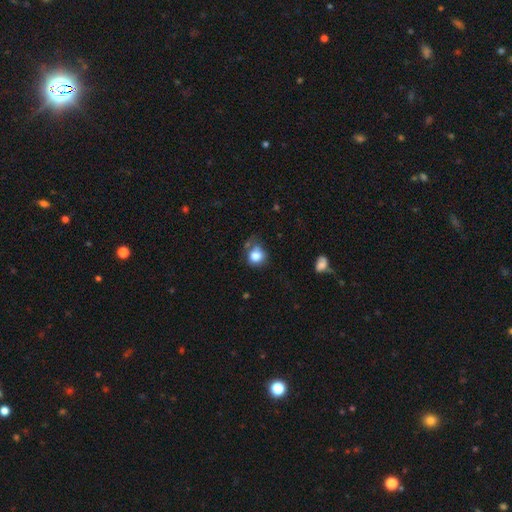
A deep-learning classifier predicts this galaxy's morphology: A smooth galaxy with no disk features (82%) that is round (72%).

Vote fractions:
- Smooth or featured? smooth: 82% / star or artifact: 10% / featured or disk: 8%
- How rounded? round: 72% / in between: 27% / cigar-shaped: 1%
- Merging? none: 47% / minor disturbance: 29% / major disturbance: 14% / merger: 11%